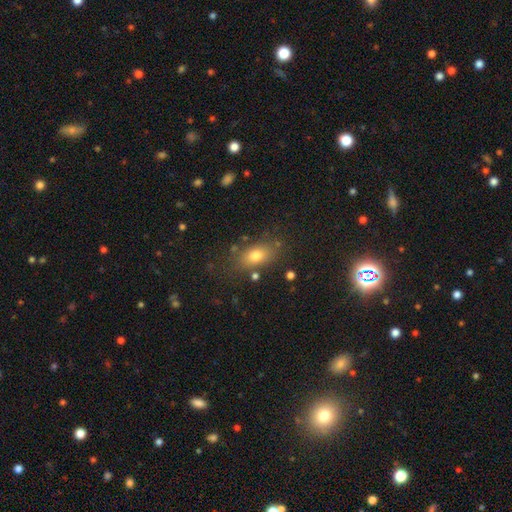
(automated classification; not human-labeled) smooth_or_featured: smooth (p=0.76) [alt: featured or disk p=0.12]
how_rounded: in between (p=0.81) [alt: round p=0.13]
merging: none (p=0.76) [alt: minor disturbance p=0.14]